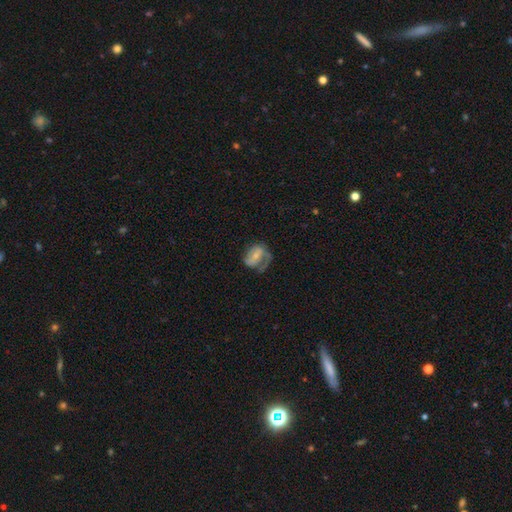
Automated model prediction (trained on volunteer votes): A featured or disk galaxy (58%) with a weak bar (38%), spiral arms (68%) and a small central bulge (55%). Merging: none (37%).